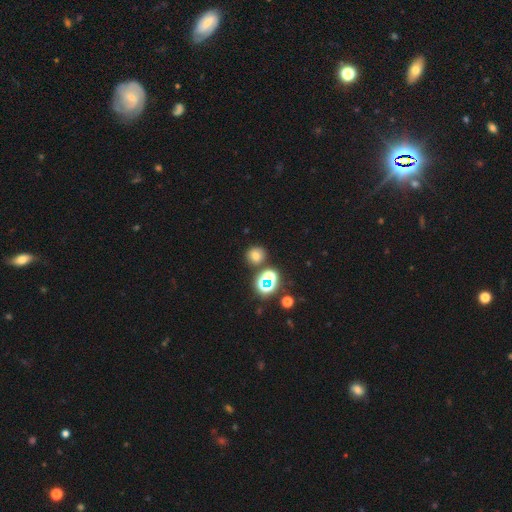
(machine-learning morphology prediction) smooth_or_featured: smooth (p=0.68) [alt: star or artifact p=0.24]
how_rounded: round (p=0.89) [alt: in between p=0.10]
merging: none (p=0.81) [alt: merger p=0.09]